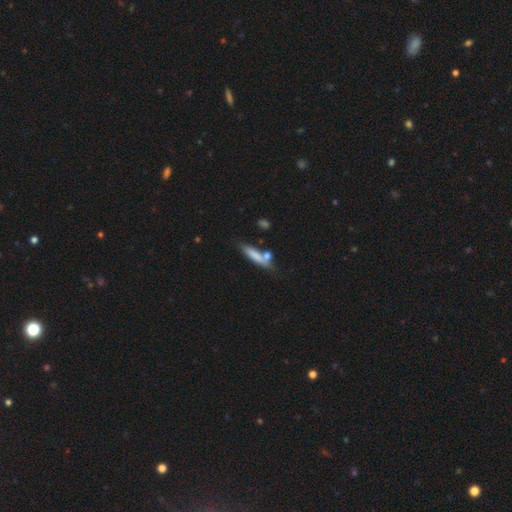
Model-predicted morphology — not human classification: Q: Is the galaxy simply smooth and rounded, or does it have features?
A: smooth — 74%.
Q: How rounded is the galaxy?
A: cigar-shaped — 75%.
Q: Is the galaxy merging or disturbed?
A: none — 57%.